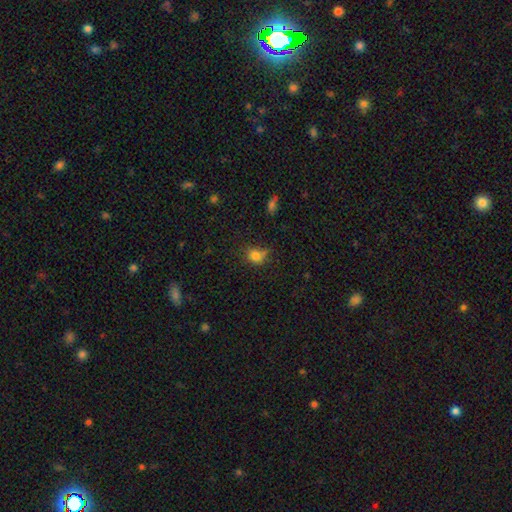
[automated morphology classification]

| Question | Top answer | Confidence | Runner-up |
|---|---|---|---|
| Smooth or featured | smooth | 79% | star or artifact (13%) |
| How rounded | round | 69% | in between (30%) |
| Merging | none | 61% | minor disturbance (23%) |